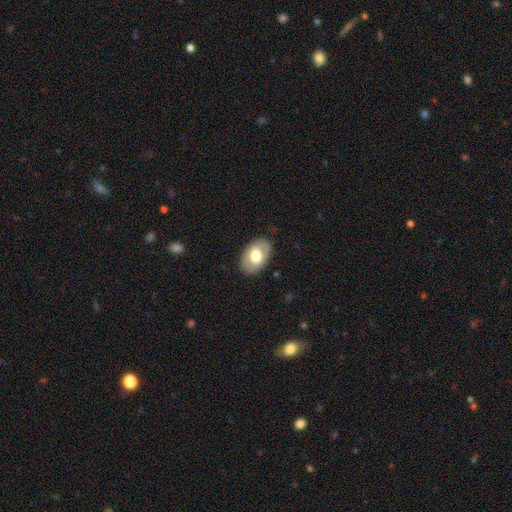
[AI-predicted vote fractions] Smooth or featured: smooth — 59% (featured or disk — 35%)
How rounded: in between — 88% (round — 11%)
Merging: none — 84% (minor disturbance — 11%)